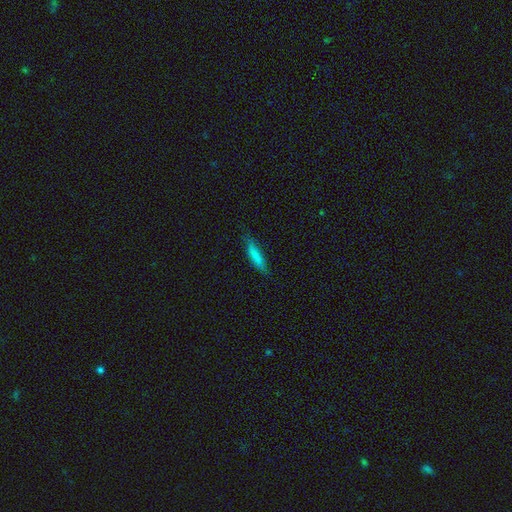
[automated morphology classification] This appears to be a smooth galaxy with no disk features (79%) that is cigar-shaped (78%). Merging: none (80%).